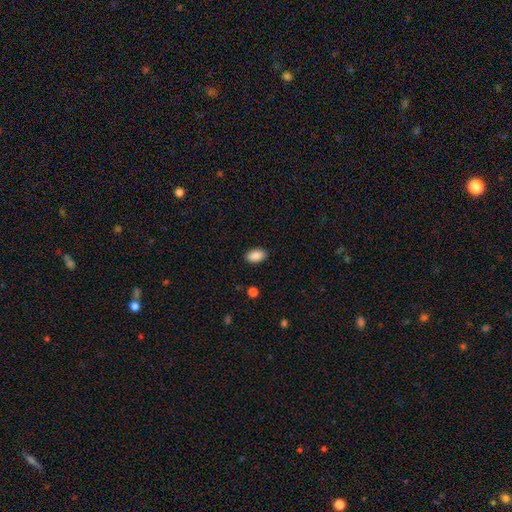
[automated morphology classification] A smooth galaxy with no disk features (90%) that is in between round and cigar-shaped (93%). Merging: none (88%).